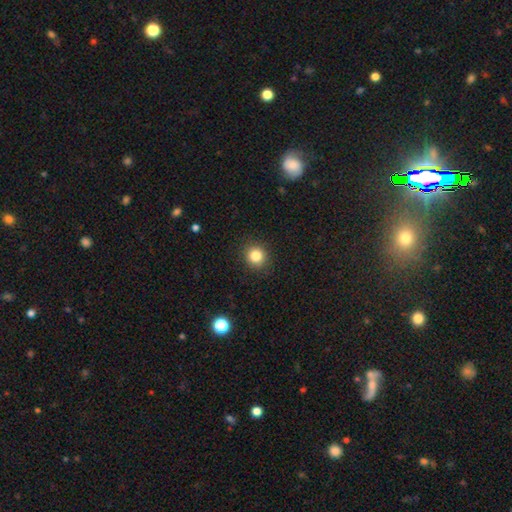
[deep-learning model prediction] A smooth galaxy with no disk features (83%) that is round (90%). Merging: none (91%).